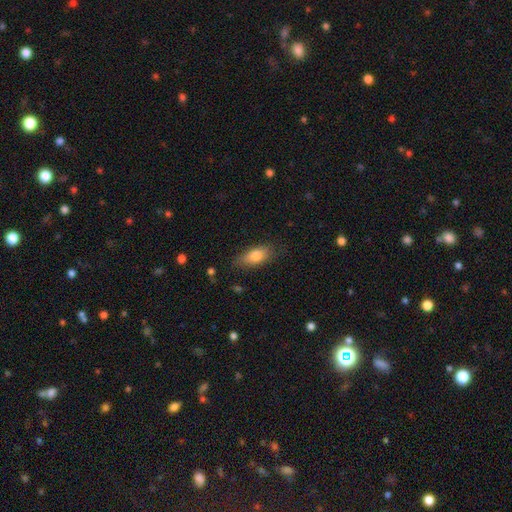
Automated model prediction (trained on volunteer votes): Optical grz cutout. It shows a smooth galaxy with no disk features (82%) that is in between round and cigar-shaped (84%). Merging: none (76%).